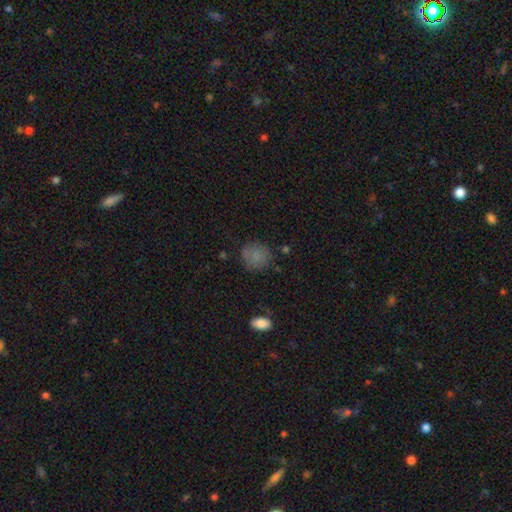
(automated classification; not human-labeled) Smooth or featured? Predicted: smooth (p=0.81). How rounded? Predicted: round (p=0.85). Merging? Predicted: none (p=0.76).